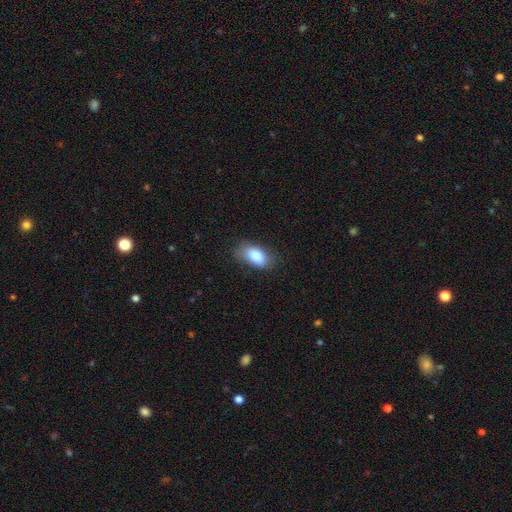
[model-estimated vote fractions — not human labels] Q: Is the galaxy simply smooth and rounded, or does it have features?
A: smooth — 82%.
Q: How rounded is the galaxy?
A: in between — 91%.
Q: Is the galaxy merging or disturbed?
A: none — 68%.